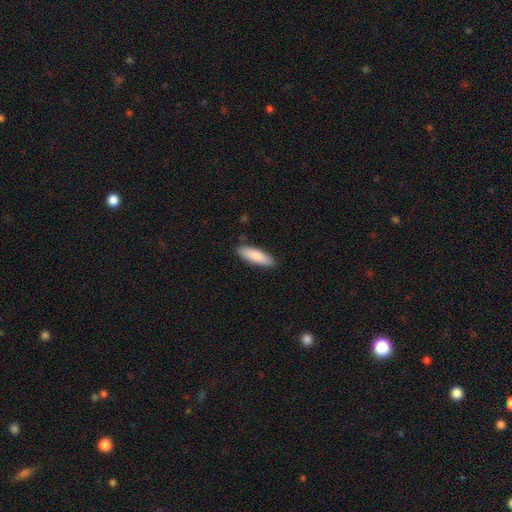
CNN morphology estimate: Smooth or featured? smooth (87%)
How rounded? cigar-shaped (55%)
Merging? none (87%)